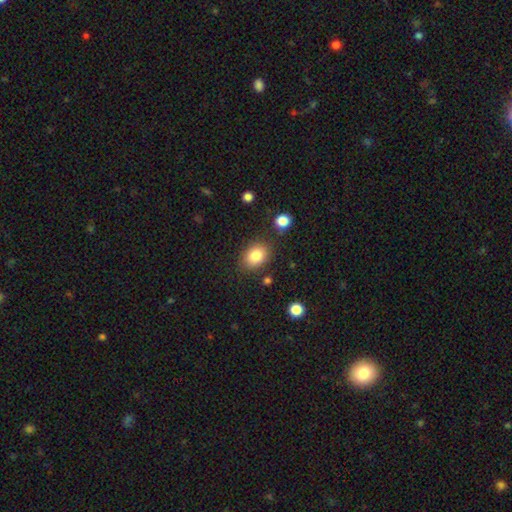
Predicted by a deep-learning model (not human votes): Q: Smooth or featured?
A: smooth (83%); runner-up: star or artifact (9%)
Q: How rounded?
A: in between (64%); runner-up: round (35%)
Q: Merging?
A: none (83%); runner-up: minor disturbance (11%)